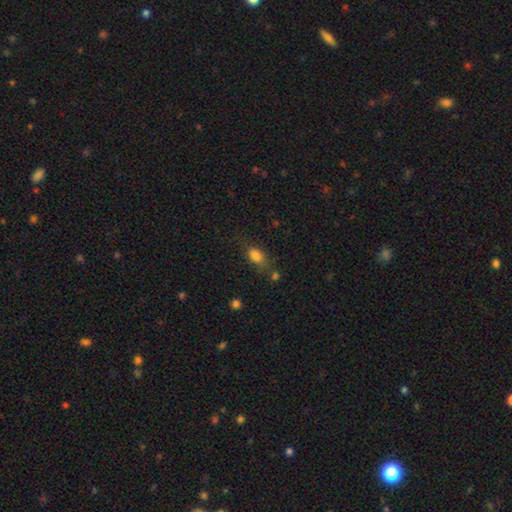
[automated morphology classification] smooth-or-featured: smooth: 82% | star or artifact: 10% | featured or disk: 8%
  how-rounded: in between: 81% | round: 14% | cigar-shaped: 5%
  merging: none: 59% | minor disturbance: 23% | merger: 9% | major disturbance: 9%